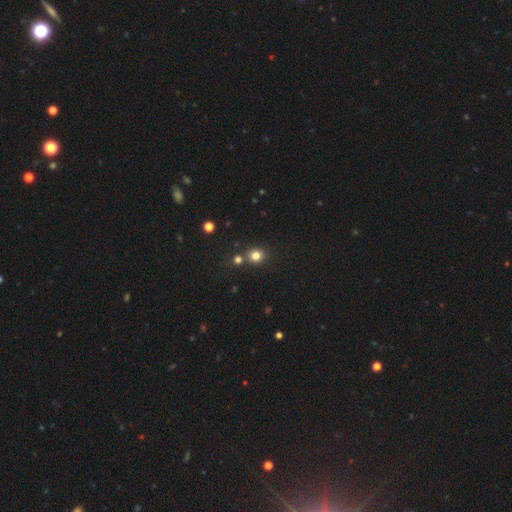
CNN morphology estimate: Q: Smooth or featured?
A: smooth (80%); runner-up: star or artifact (15%)
Q: How rounded?
A: round (84%); runner-up: in between (16%)
Q: Merging?
A: none (73%); runner-up: merger (16%)